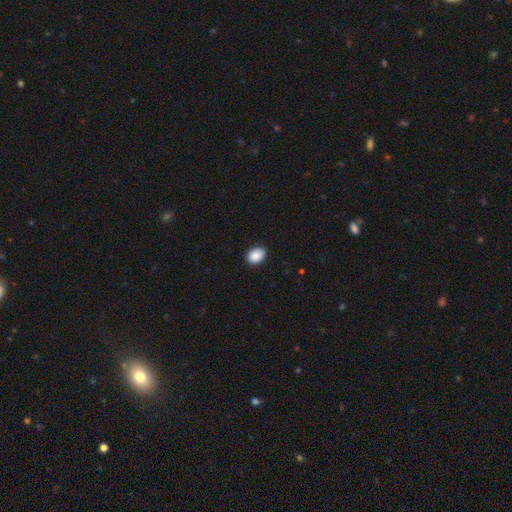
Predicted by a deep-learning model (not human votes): A smooth galaxy with no disk features (89%) that is in between round and cigar-shaped (71%). Merging: none (89%).